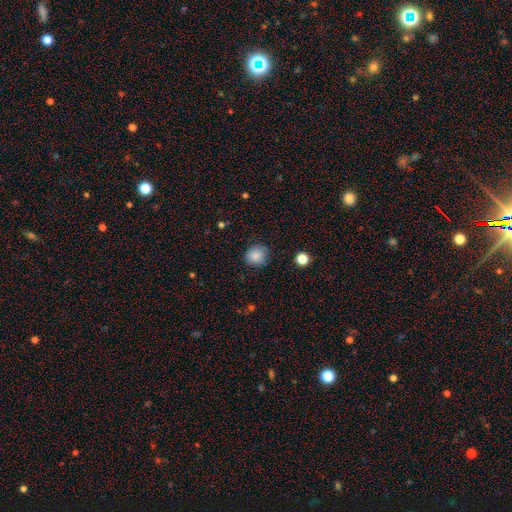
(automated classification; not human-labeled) smooth-or-featured: smooth: 85% | star or artifact: 10% | featured or disk: 5%
  how-rounded: round: 85% | in between: 14% | cigar-shaped: 1%
  merging: none: 80% | minor disturbance: 15% | major disturbance: 4% | merger: 1%